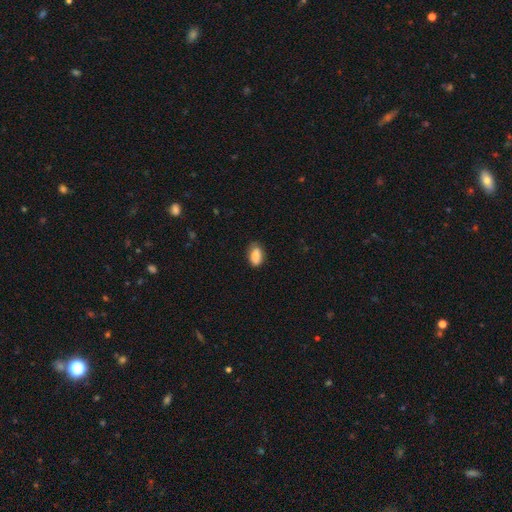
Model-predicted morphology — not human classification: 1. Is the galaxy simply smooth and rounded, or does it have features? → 86% smooth, 8% star or artifact, 6% featured or disk.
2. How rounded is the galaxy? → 90% in between, 9% round, 2% cigar-shaped.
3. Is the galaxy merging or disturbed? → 70% none, 24% minor disturbance, 4% major disturbance, 1% merger.